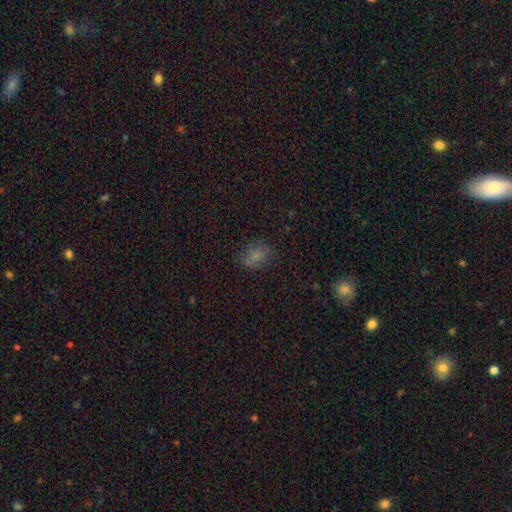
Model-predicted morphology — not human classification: A smooth galaxy with no disk features (76%) that is in between round and cigar-shaped (72%).

Vote fractions:
- Smooth or featured? smooth: 76% / star or artifact: 17% / featured or disk: 7%
- How rounded? in between: 72% / round: 26% / cigar-shaped: 2%
- Merging? none: 78% / minor disturbance: 16% / major disturbance: 5% / merger: 2%